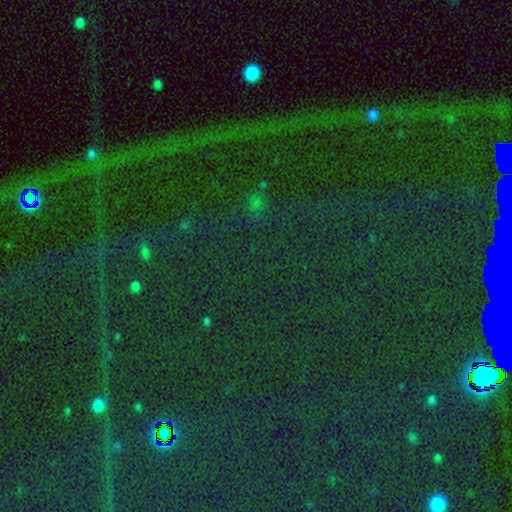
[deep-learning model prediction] Q: Smooth or featured?
A: star or artifact (79%); runner-up: smooth (13%)